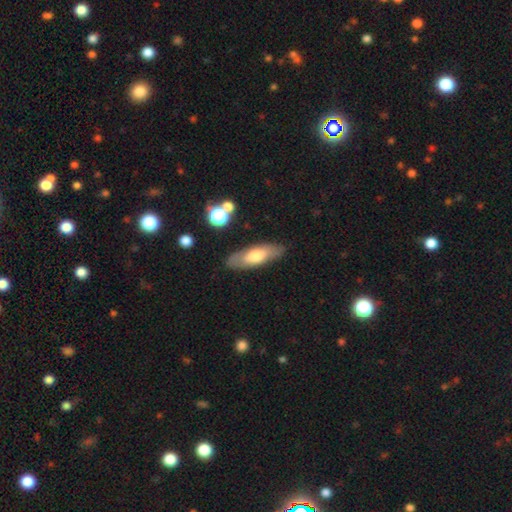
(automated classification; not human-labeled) Overall: smooth (59%; featured or disk 35%). How rounded: in between (62%; cigar-shaped 36%). Merging: none (83%).